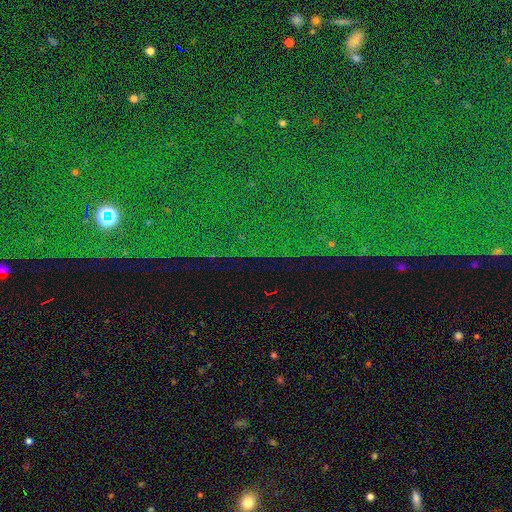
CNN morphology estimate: The model was most divided on "smooth or featured": star or artifact: 86%, featured or disk: 7%, smooth: 7%.